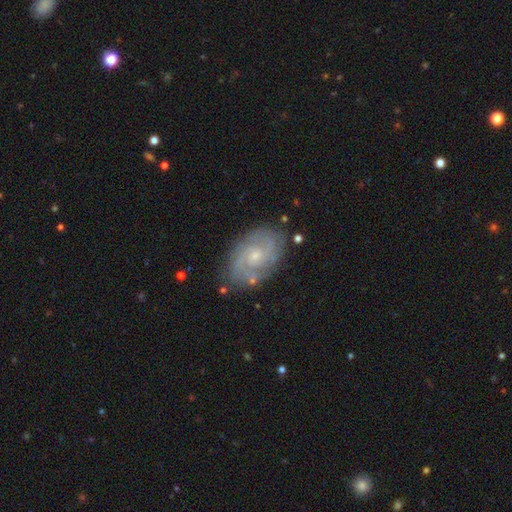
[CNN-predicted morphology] featured or disk 83%, smooth 11%, star or artifact 6%. Down the decision tree: edge-on disk — no (97%); bar — no (66%); spiral arms — yes (95%); spiral arm count — 2 (52%); spiral winding — tight (55%); bulge size — small (64%); merging — none (79%).